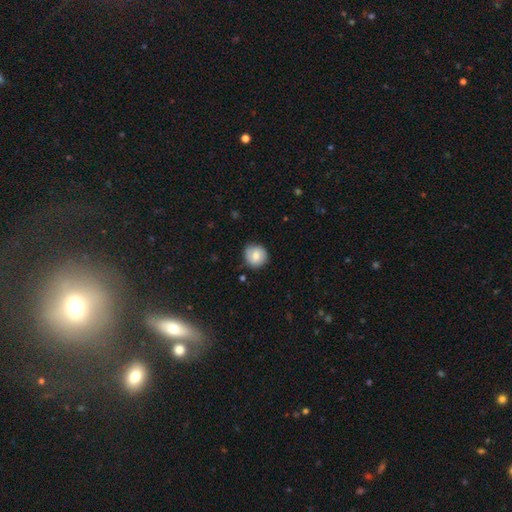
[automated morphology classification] Smooth or featured? Predicted: smooth (p=0.73). How rounded? Predicted: round (p=0.89). Merging? Predicted: none (p=0.80).